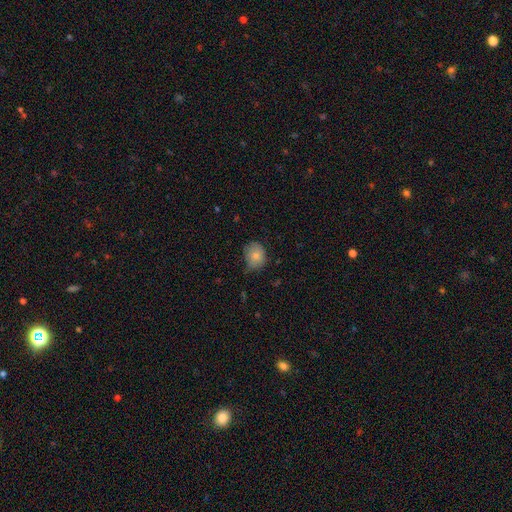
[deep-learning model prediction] A smooth galaxy with no disk features (80%) that is round (57%).

Vote fractions:
- Smooth or featured? smooth: 80% / featured or disk: 12% / star or artifact: 8%
- How rounded? round: 57% / in between: 42% / cigar-shaped: 1%
- Merging? none: 61% / minor disturbance: 31% / major disturbance: 6% / merger: 1%